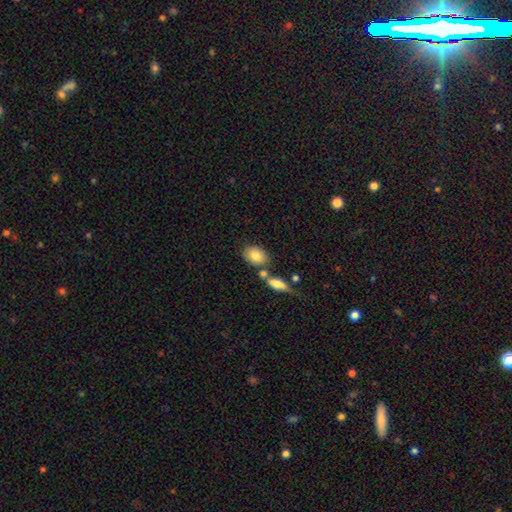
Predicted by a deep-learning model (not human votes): Smooth or featured? smooth (81%)
How rounded? in between (75%)
Merging? none (62%)